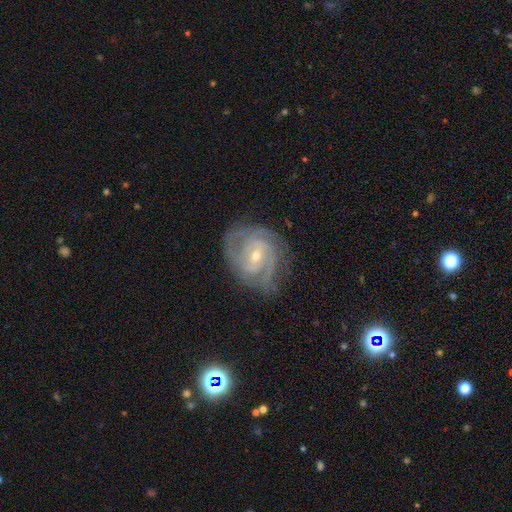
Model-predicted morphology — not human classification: A featured or disk galaxy (88%) with a weak bar (50%), 2 (35%) tight (60%) spiral arms (97%) and a small central bulge (56%). Merging: none (72%).